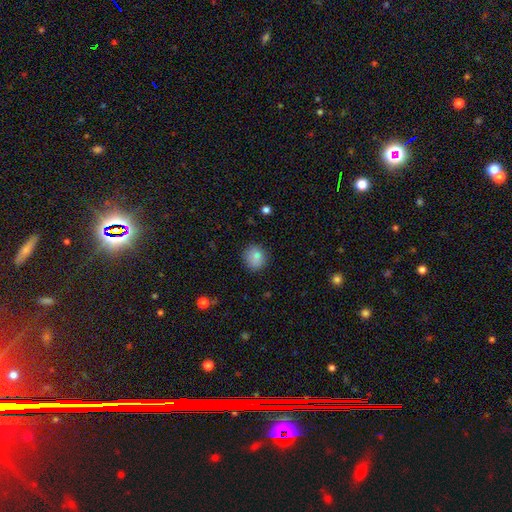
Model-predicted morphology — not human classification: Smooth or featured? smooth (83%)
How rounded? round (81%)
Merging? none (84%)